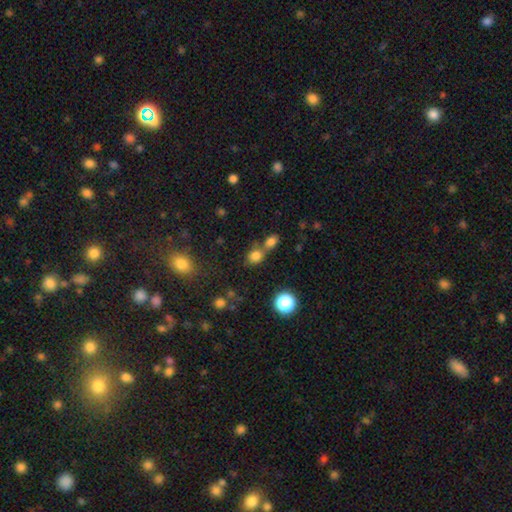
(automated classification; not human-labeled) This is likely a smooth galaxy (77%). How rounded: likely round (68%). Merging: marginally merger (44%).